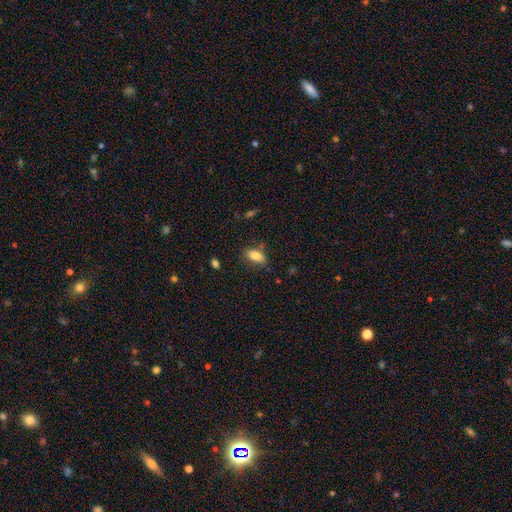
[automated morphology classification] A smooth galaxy with no disk features (82%) that is in between round and cigar-shaped (84%).

Vote fractions:
- Smooth or featured? smooth: 82% / featured or disk: 10% / star or artifact: 9%
- How rounded? in between: 84% / cigar-shaped: 11% / round: 5%
- Merging? none: 71% / minor disturbance: 20% / major disturbance: 6% / merger: 4%